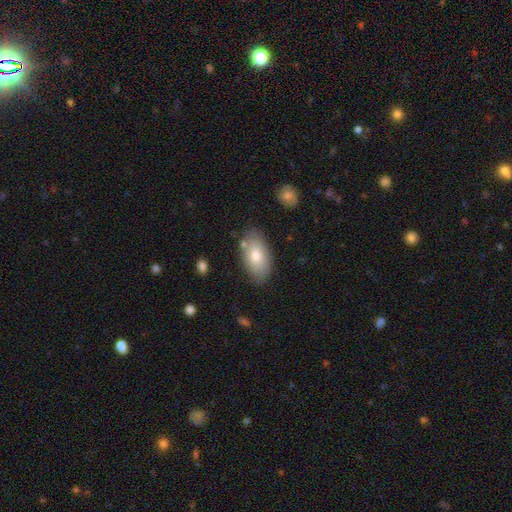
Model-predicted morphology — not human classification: smooth 76%, featured or disk 17%, star or artifact 7%. Down the decision tree: how rounded — in between (94%); merging — none (80%).